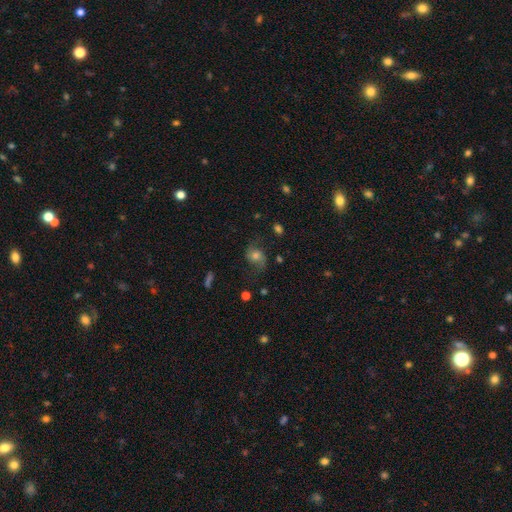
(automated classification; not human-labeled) Smooth or featured?
  - featured or disk: 58% *
  - smooth: 31%
  - star or artifact: 12%
Edge-on disk?
  - no: 96% *
  - yes: 4%
Bar?
  - no: 69% *
  - weak: 25%
  - strong: 6%
Spiral arms?
  - yes: 90% *
  - no: 10%
Bulge size?
  - moderate: 58% *
  - small: 21%
  - large: 15%
  - none: 3%
  - dominant: 3%
Merging?
  - none: 66% *
  - minor disturbance: 20%
  - major disturbance: 13%
  - merger: 2%